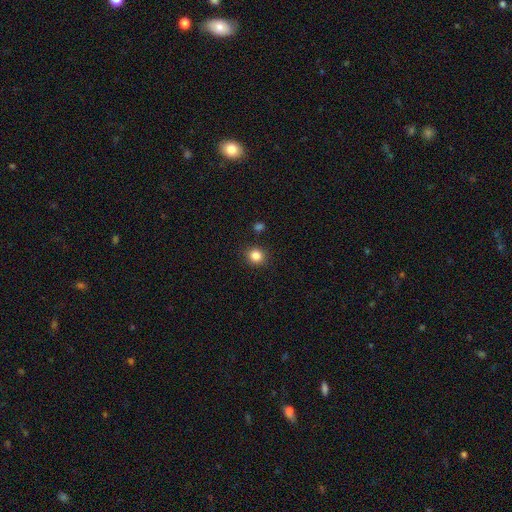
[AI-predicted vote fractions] Q: Smooth or featured?
A: smooth (85%); runner-up: star or artifact (11%)
Q: How rounded?
A: round (83%); runner-up: in between (16%)
Q: Merging?
A: none (89%); runner-up: minor disturbance (7%)